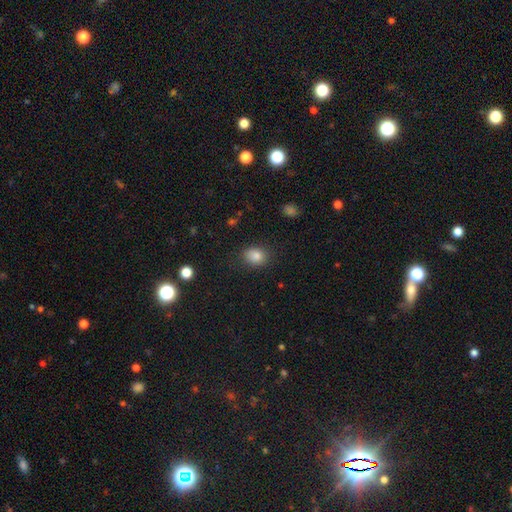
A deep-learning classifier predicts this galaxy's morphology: Q: Smooth or featured?
A: smooth (83%); runner-up: star or artifact (11%)
Q: How rounded?
A: in between (53%); runner-up: round (46%)
Q: Merging?
A: none (80%); runner-up: minor disturbance (14%)